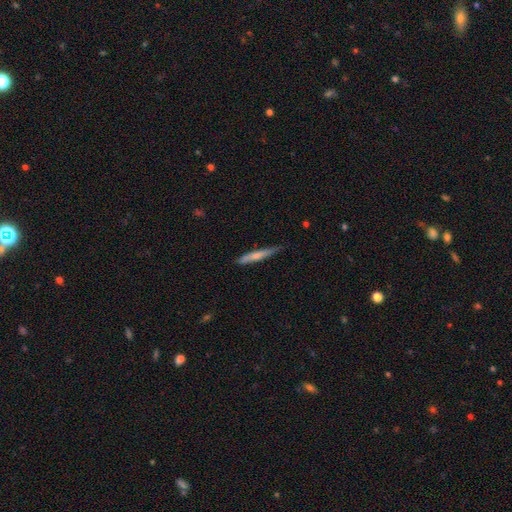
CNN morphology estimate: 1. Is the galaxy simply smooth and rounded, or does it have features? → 61% smooth, 33% featured or disk, 6% star or artifact.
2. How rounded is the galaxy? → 95% cigar-shaped, 4% in between, 1% round.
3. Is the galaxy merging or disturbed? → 76% none, 20% minor disturbance, 3% major disturbance, 2% merger.